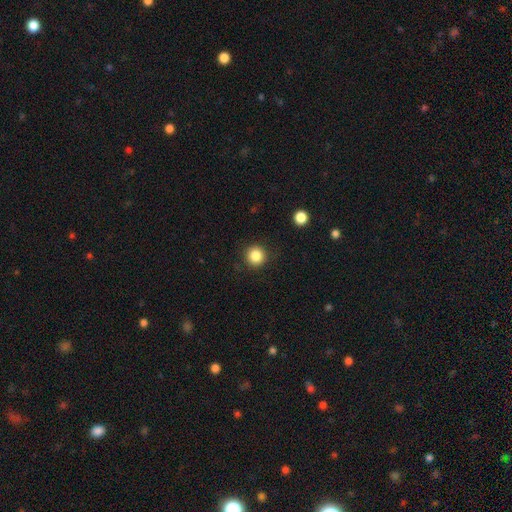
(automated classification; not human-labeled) A smooth galaxy with no disk features (84%) that is round (95%). Merging: none (90%).